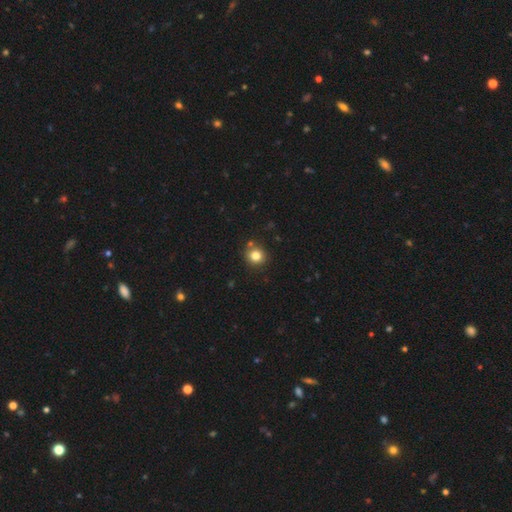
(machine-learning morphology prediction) smooth 82%, star or artifact 12%, featured or disk 6%. Down the decision tree: how rounded — round (89%); merging — none (84%).